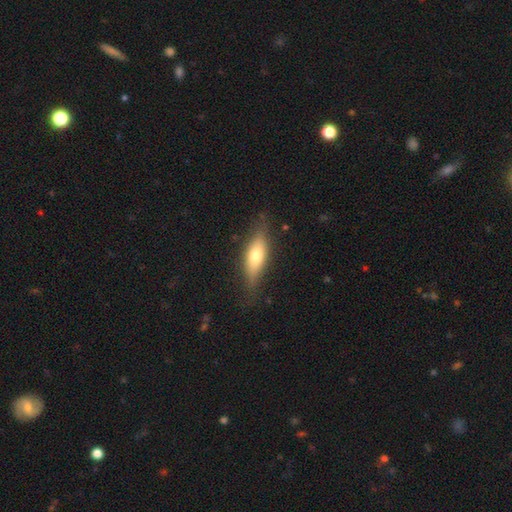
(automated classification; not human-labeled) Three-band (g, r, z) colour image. It shows a smooth galaxy with no disk features (60%) that is in between round and cigar-shaped (55%). Merging: none (78%).